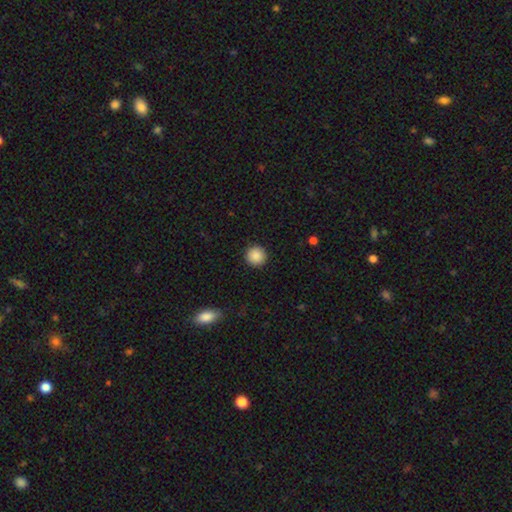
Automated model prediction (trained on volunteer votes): This appears to be a smooth galaxy with no disk features (88%) that is round (95%). Merging: none (92%).